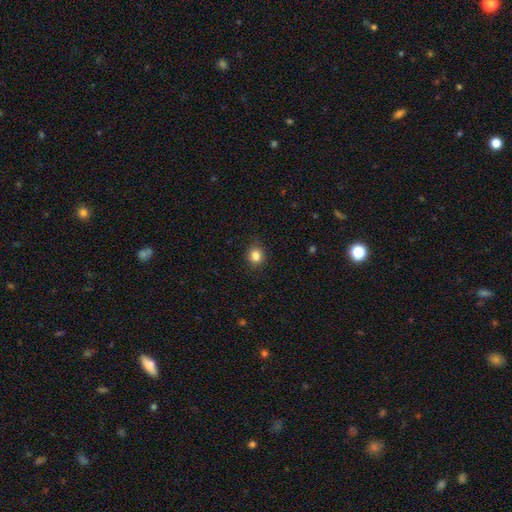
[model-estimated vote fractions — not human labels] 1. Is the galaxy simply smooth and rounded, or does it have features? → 84% smooth, 11% star or artifact, 5% featured or disk.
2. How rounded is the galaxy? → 86% round, 13% in between, 1% cigar-shaped.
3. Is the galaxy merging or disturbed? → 88% none, 9% minor disturbance, 2% major disturbance, 1% merger.